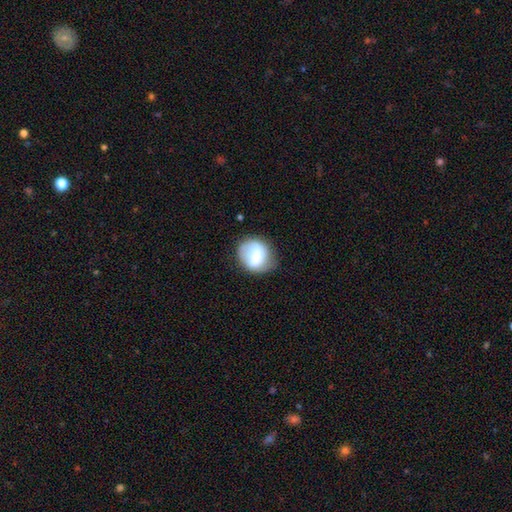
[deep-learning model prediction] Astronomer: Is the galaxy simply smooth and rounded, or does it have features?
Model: smooth — 65%.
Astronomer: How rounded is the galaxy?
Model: round — 70%.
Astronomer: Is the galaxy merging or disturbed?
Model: none — 58%.